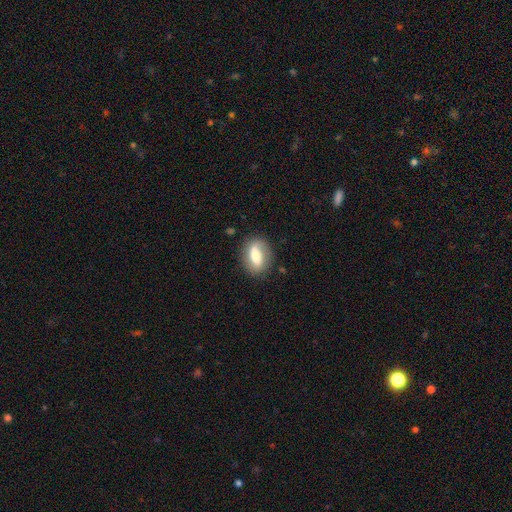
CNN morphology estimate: The model was most divided on "smooth or featured": smooth: 52%, featured or disk: 41%, star or artifact: 7%. More confident: merging — none (80%); how rounded — in between (75%).